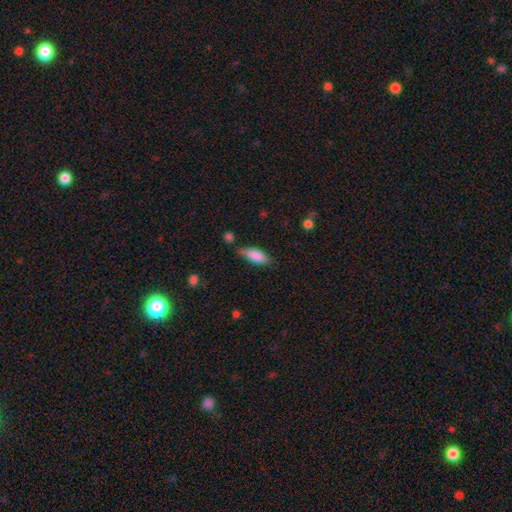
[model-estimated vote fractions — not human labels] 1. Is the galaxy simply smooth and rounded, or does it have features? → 82% smooth, 12% featured or disk, 6% star or artifact.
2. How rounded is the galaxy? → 69% in between, 29% cigar-shaped, 2% round.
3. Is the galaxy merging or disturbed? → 68% none, 23% minor disturbance, 5% merger, 5% major disturbance.